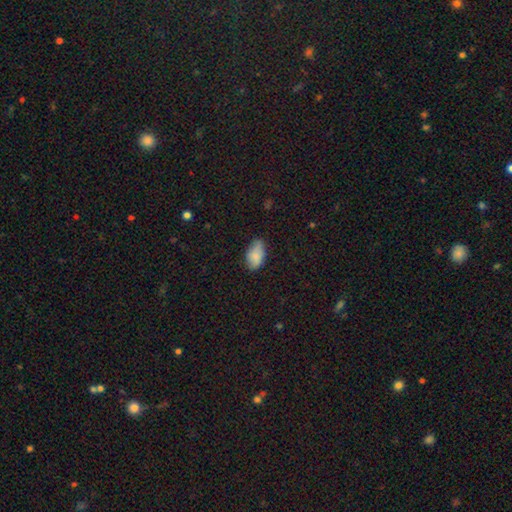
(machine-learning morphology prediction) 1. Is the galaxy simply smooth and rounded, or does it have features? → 80% smooth, 12% featured or disk, 8% star or artifact.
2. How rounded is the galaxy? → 93% in between, 5% round, 2% cigar-shaped.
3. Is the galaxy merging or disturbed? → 66% none, 28% minor disturbance, 5% major disturbance, 2% merger.